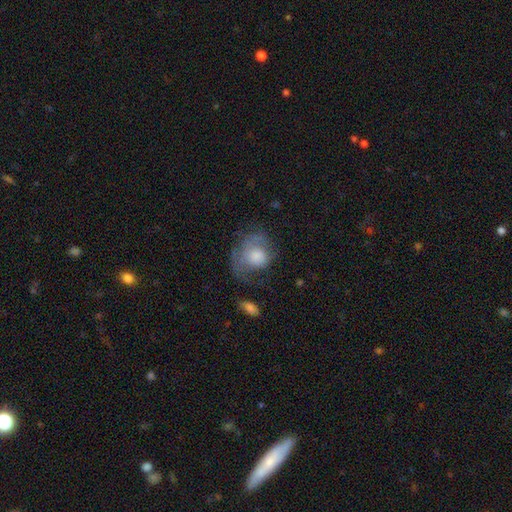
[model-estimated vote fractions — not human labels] Smooth or featured? Predicted: smooth (p=0.50). How rounded? Predicted: round (p=0.59). Merging? Predicted: none (p=0.37).